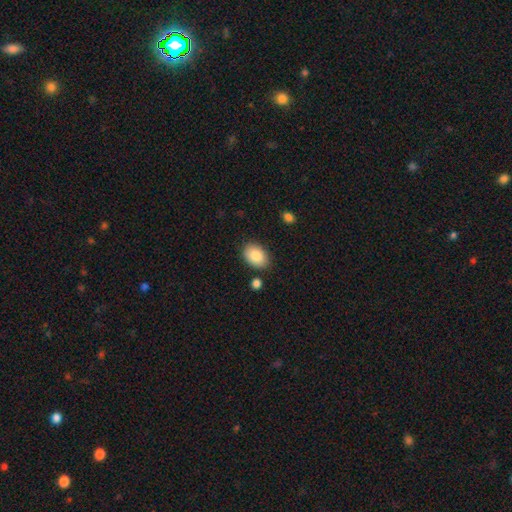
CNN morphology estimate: smooth 86%, featured or disk 7%, star or artifact 7%. Down the decision tree: how rounded — in between (83%); merging — none (82%).